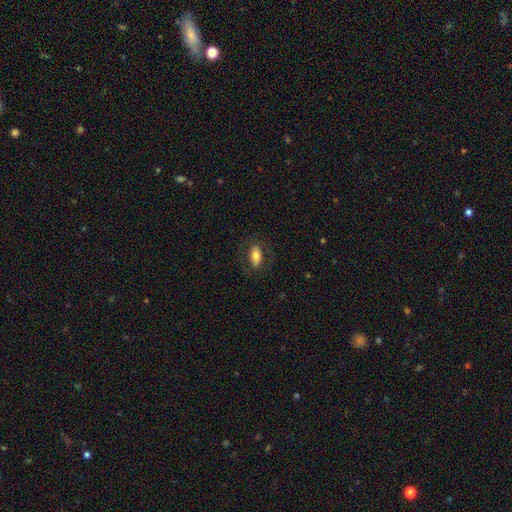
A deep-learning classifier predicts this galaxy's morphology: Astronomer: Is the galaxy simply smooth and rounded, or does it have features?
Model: smooth — 71%.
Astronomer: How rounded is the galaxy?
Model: in between — 90%.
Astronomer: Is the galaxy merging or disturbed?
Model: none — 78%.